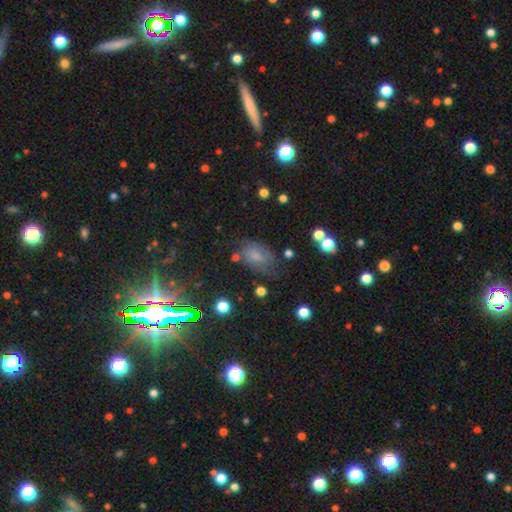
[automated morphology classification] type=smooth (54%); roundness=in between (83%); merging=none (55%).